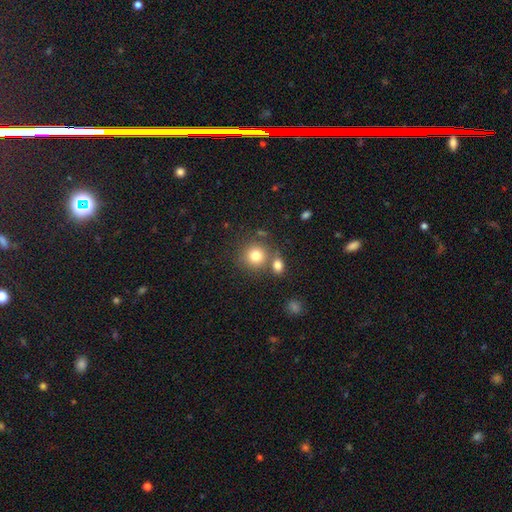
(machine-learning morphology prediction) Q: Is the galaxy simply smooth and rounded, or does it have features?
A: smooth — 79%.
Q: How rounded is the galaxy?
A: round — 89%.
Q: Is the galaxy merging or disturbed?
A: none — 67%.